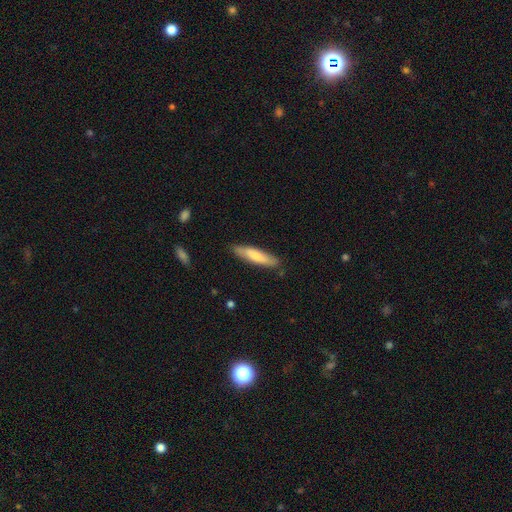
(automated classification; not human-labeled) Smooth or featured?
  - smooth: 71% *
  - featured or disk: 24%
  - star or artifact: 5%
How rounded?
  - cigar-shaped: 76% *
  - in between: 22%
  - round: 1%
Merging?
  - none: 85% *
  - minor disturbance: 12%
  - major disturbance: 2%
  - merger: 1%